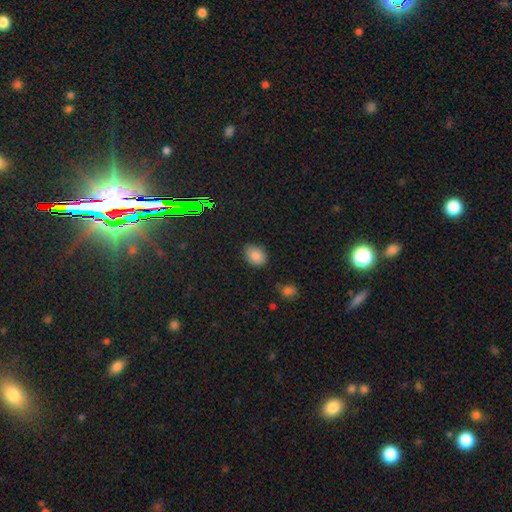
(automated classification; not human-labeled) Smooth or featured? smooth (85%)
How rounded? in between (71%)
Merging? none (77%)